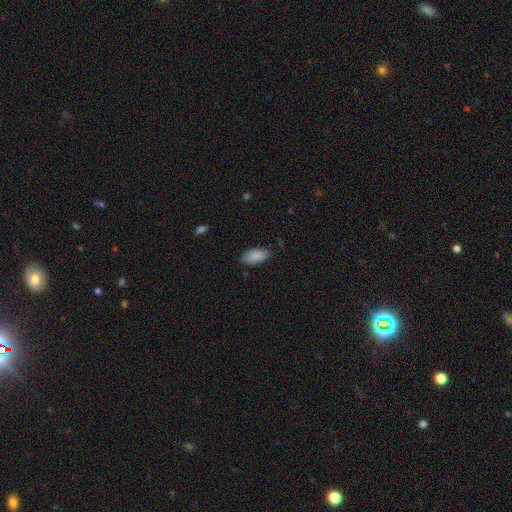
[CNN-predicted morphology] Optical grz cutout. It shows a smooth galaxy with no disk features (88%) that is in between round and cigar-shaped (94%). Merging: none (79%).